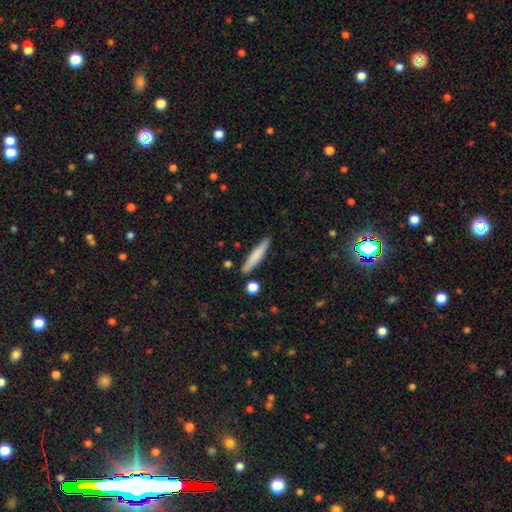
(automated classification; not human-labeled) The model was most divided on "smooth or featured": smooth: 75%, featured or disk: 19%, star or artifact: 6%. More confident: how rounded — cigar-shaped (90%); merging — none (85%).